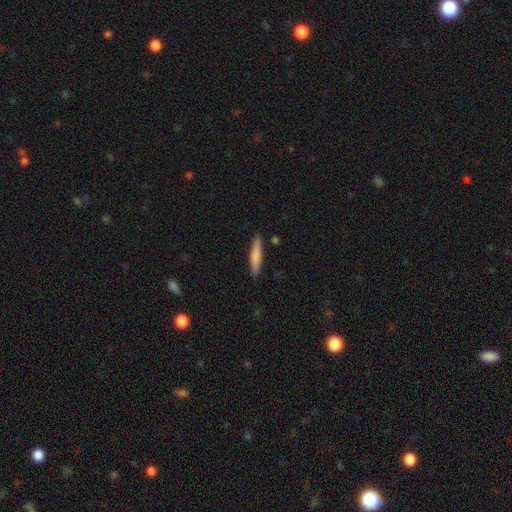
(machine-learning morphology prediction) Smooth or featured? smooth (75%)
How rounded? cigar-shaped (87%)
Merging? none (88%)